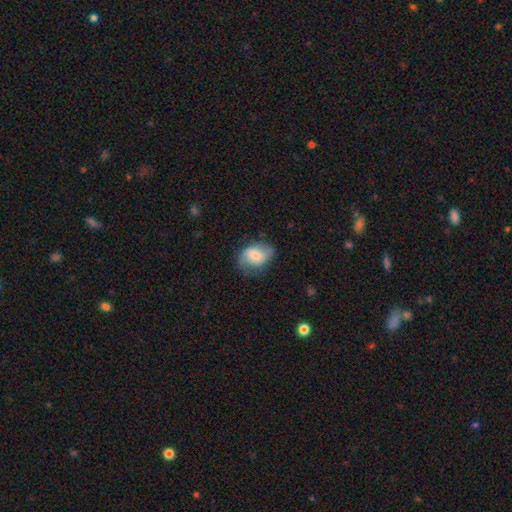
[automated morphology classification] Q: Smooth or featured?
A: smooth (57%); runner-up: featured or disk (36%)
Q: How rounded?
A: in between (71%); runner-up: round (27%)
Q: Merging?
A: none (60%); runner-up: minor disturbance (27%)